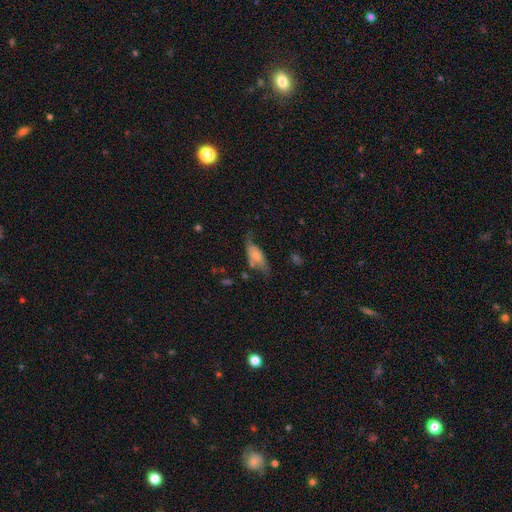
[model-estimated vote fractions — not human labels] Smooth or featured: smooth — 60% (featured or disk — 32%)
How rounded: in between — 77% (cigar-shaped — 20%)
Merging: none — 39% (minor disturbance — 33%)